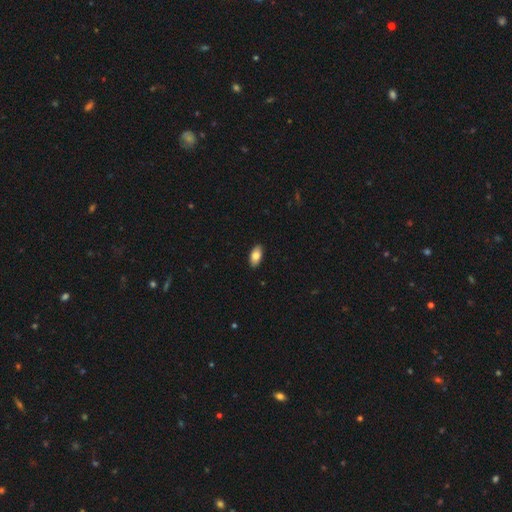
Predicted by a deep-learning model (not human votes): Smooth or featured?
  - smooth: 83% *
  - featured or disk: 10%
  - star or artifact: 7%
How rounded?
  - in between: 93% *
  - cigar-shaped: 4%
  - round: 3%
Merging?
  - none: 90% *
  - minor disturbance: 7%
  - major disturbance: 2%
  - merger: 1%